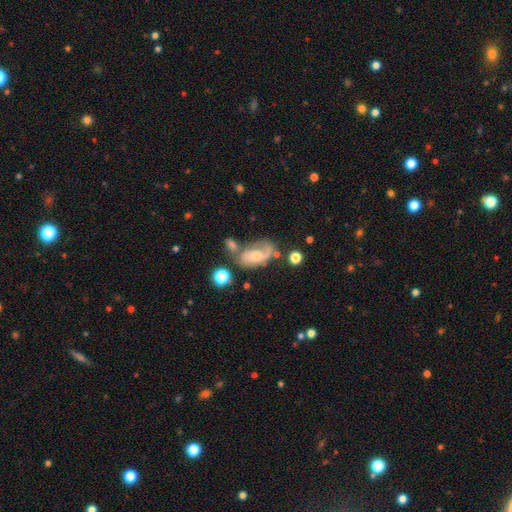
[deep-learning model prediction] featured or disk 65%, smooth 27%, star or artifact 8%. Down the decision tree: edge-on disk — no (95%); bar — no (61%); spiral arms — yes (87%); spiral arm count — 2 (58%); spiral winding — medium (41%); bulge size — moderate (45%); merging — none (40%).